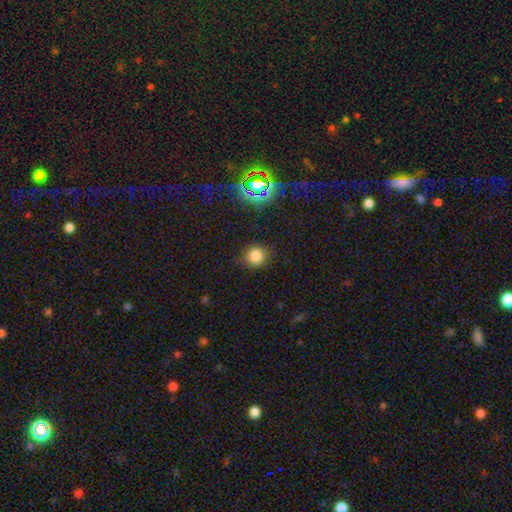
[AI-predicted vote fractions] smooth 78%, star or artifact 17%, featured or disk 5%. Down the decision tree: how rounded — round (90%); merging — none (85%).